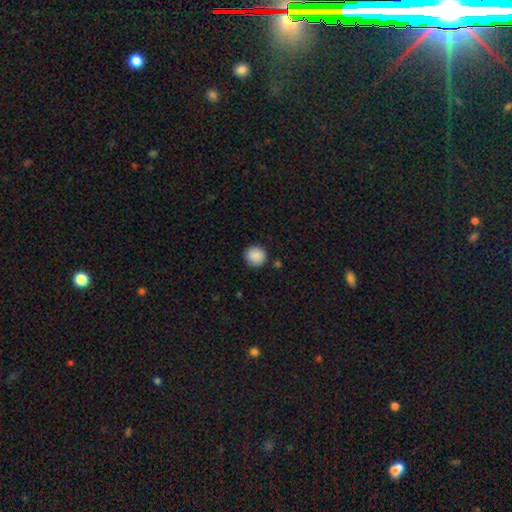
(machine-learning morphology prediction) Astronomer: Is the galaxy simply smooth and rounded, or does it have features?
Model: smooth — 89%.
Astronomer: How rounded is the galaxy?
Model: round — 91%.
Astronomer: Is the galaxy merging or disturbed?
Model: none — 89%.